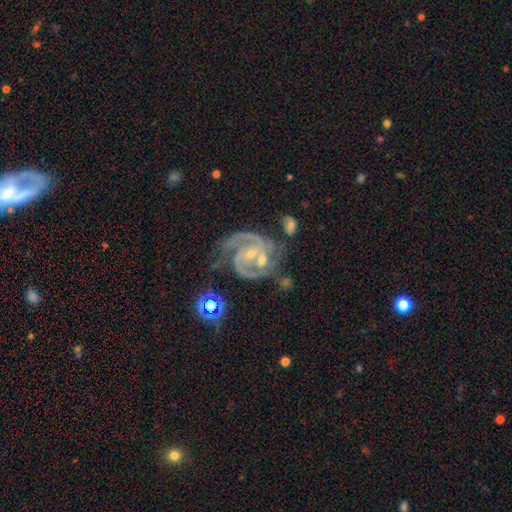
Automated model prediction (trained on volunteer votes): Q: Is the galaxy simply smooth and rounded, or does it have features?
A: featured or disk — 91%.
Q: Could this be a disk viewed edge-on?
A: no — 98%.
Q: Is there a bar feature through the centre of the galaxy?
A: no — 43%.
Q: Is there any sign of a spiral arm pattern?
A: yes — 98%.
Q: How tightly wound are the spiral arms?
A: tight — 47%.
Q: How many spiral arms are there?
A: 2 — 59%.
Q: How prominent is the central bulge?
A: small — 66%.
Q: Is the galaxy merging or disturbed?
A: none — 52%.